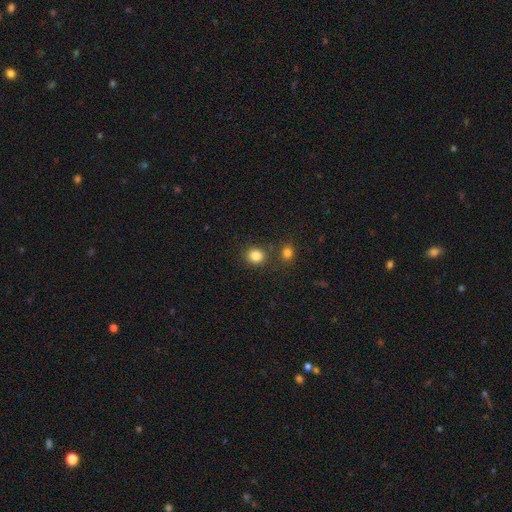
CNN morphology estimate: Overall: smooth (84%). How rounded: round (79%). Merging: none (78%).